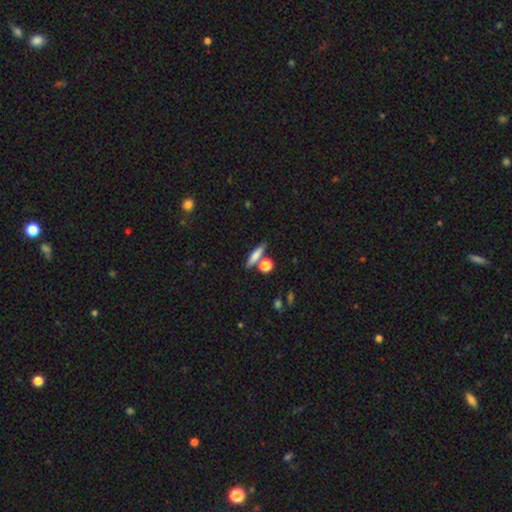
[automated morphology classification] A smooth galaxy with no disk features (73%) that is cigar-shaped (68%). Merging: none (72%).